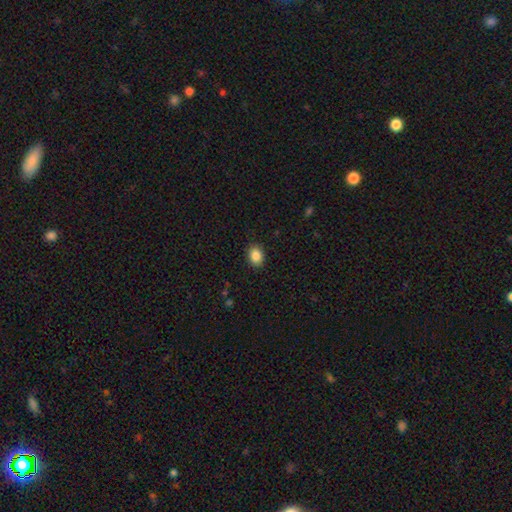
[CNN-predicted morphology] Overall: smooth (88%). How rounded: in between (65%; round 34%). Merging: none (88%).